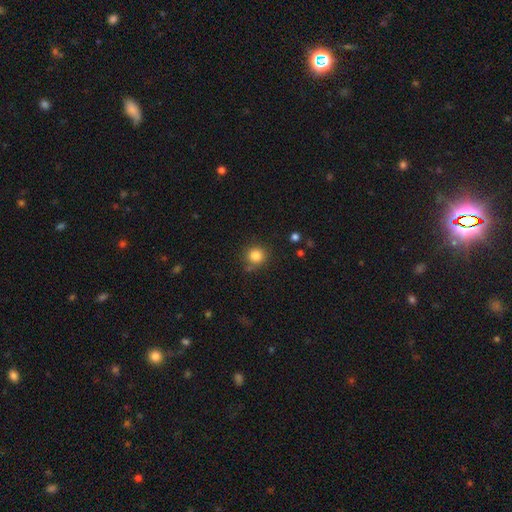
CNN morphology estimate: A smooth galaxy with no disk features (83%) that is round (91%).

Vote fractions:
- Smooth or featured? smooth: 83% / star or artifact: 11% / featured or disk: 5%
- How rounded? round: 91% / in between: 8% / cigar-shaped: 1%
- Merging? none: 79% / minor disturbance: 13% / merger: 5% / major disturbance: 4%